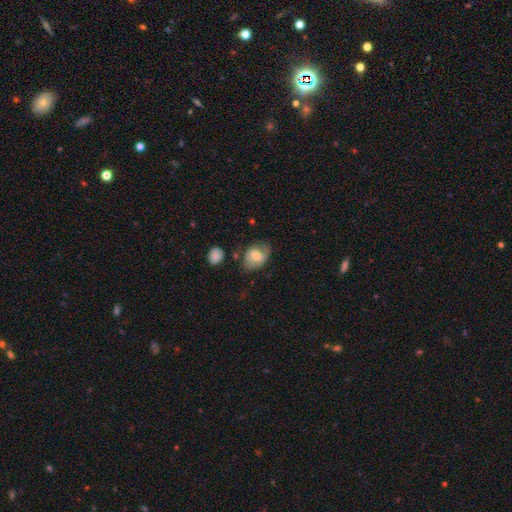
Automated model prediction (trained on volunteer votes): Overall: smooth (60%; featured or disk 33%). How rounded: in between (71%). Merging: none (57%; minor disturbance 28%).